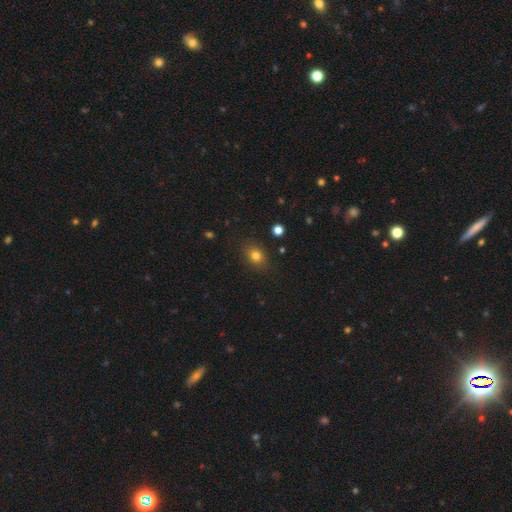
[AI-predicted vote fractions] Smooth or featured?
  - smooth: 79% *
  - star or artifact: 14%
  - featured or disk: 8%
How rounded?
  - round: 52% *
  - in between: 47%
  - cigar-shaped: 1%
Merging?
  - none: 84% *
  - minor disturbance: 11%
  - major disturbance: 3%
  - merger: 2%